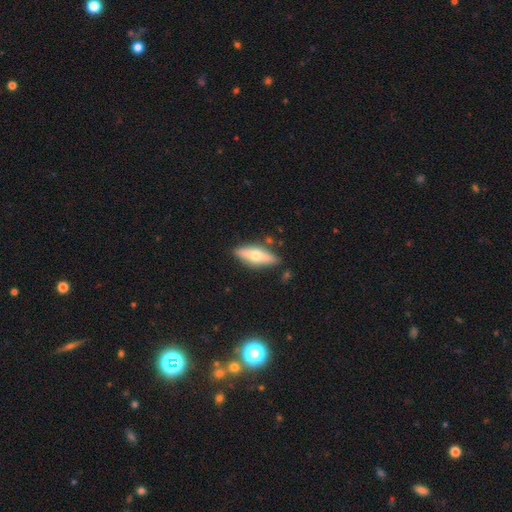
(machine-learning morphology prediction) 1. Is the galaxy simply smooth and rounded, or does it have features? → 56% smooth, 38% featured or disk, 6% star or artifact.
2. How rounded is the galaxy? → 57% in between, 40% cigar-shaped, 3% round.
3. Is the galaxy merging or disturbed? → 81% none, 13% minor disturbance, 3% merger, 3% major disturbance.